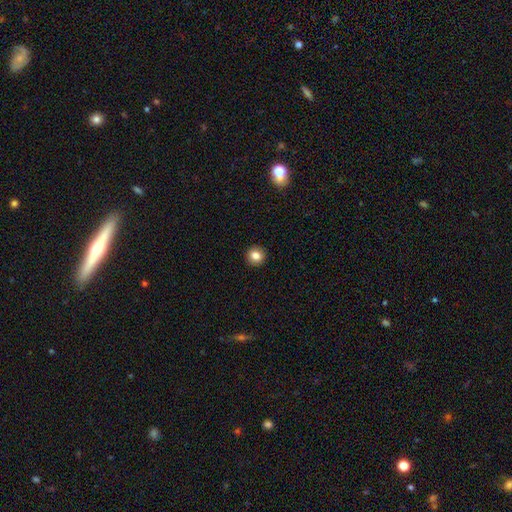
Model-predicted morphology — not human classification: Smooth or featured: smooth — 83% (star or artifact — 10%)
How rounded: round — 92% (in between — 7%)
Merging: none — 93% (minor disturbance — 5%)